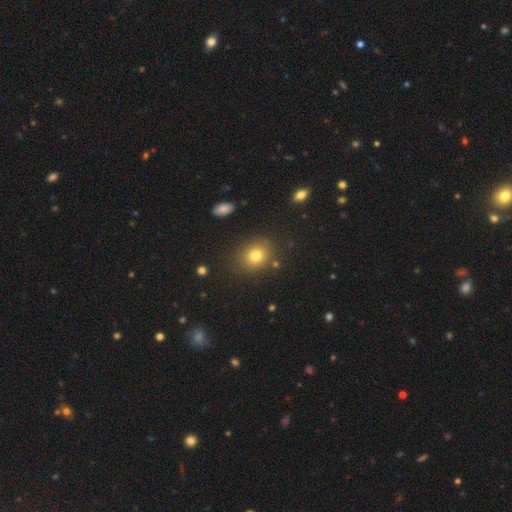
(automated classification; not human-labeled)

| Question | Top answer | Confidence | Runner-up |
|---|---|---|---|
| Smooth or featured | smooth | 77% | star or artifact (14%) |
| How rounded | round | 60% | in between (39%) |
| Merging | none | 83% | minor disturbance (10%) |